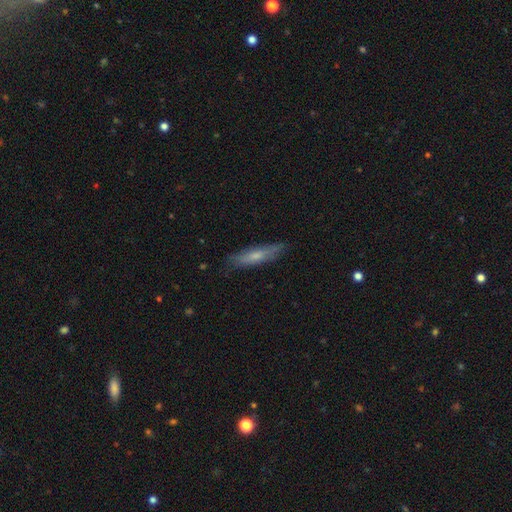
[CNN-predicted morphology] Smooth or featured? smooth (58%)
How rounded? cigar-shaped (82%)
Merging? none (80%)